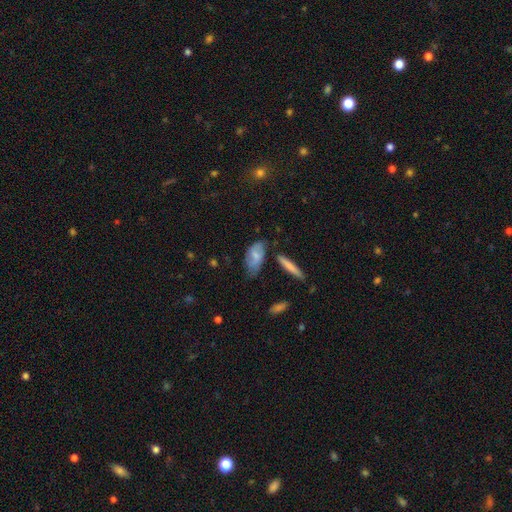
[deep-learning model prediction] Smooth or featured? smooth (65%)
How rounded? in between (84%)
Merging? none (56%)